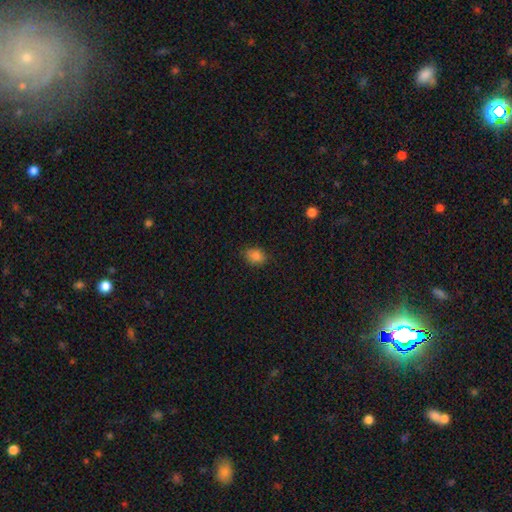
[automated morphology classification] Smooth or featured? Predicted: smooth (p=0.84). How rounded? Predicted: in between (p=0.58). Merging? Predicted: none (p=0.80).